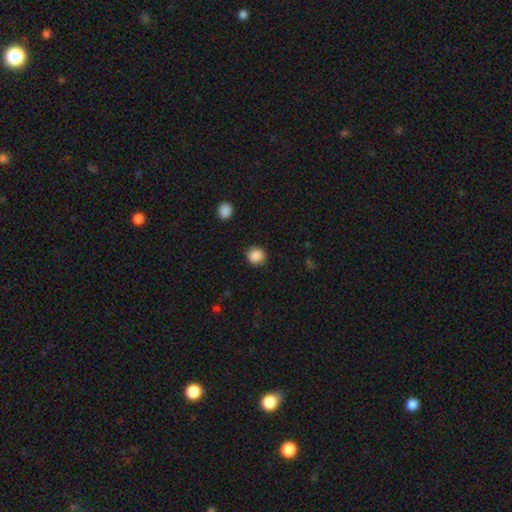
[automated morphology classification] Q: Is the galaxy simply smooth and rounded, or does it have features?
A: smooth — 88%.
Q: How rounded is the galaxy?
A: round — 86%.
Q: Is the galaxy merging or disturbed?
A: none — 88%.